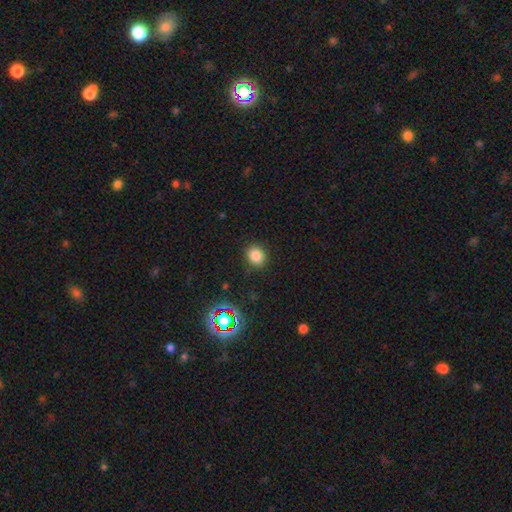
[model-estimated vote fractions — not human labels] smooth_or_featured: smooth (p=0.81) [alt: star or artifact p=0.14]
how_rounded: round (p=0.72) [alt: in between p=0.27]
merging: none (p=0.87) [alt: minor disturbance p=0.09]